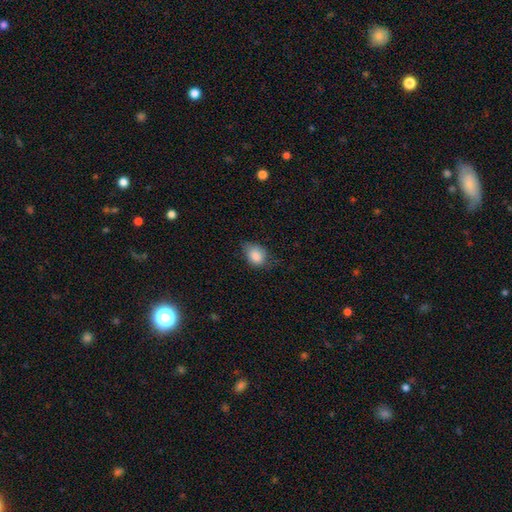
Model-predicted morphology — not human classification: Overall: smooth (86%). How rounded: in between (65%; round 33%). Merging: none (54%; minor disturbance 36%).